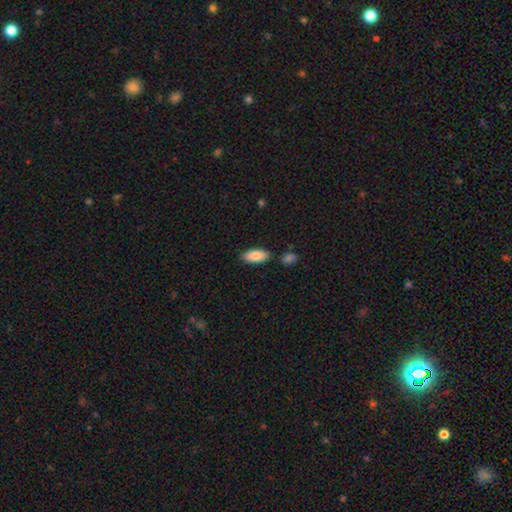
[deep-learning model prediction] Smooth or featured: smooth — 86% (featured or disk — 8%)
How rounded: in between — 86% (cigar-shaped — 12%)
Merging: none — 82% (minor disturbance — 10%)